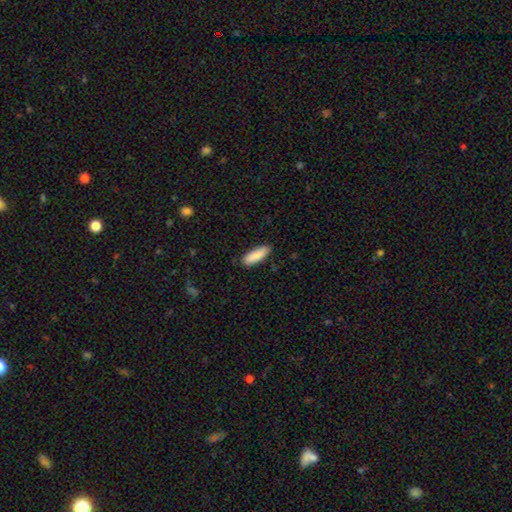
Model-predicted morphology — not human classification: This appears to be a smooth galaxy with no disk features (88%) that is in between round and cigar-shaped (58%). Merging: none (86%).